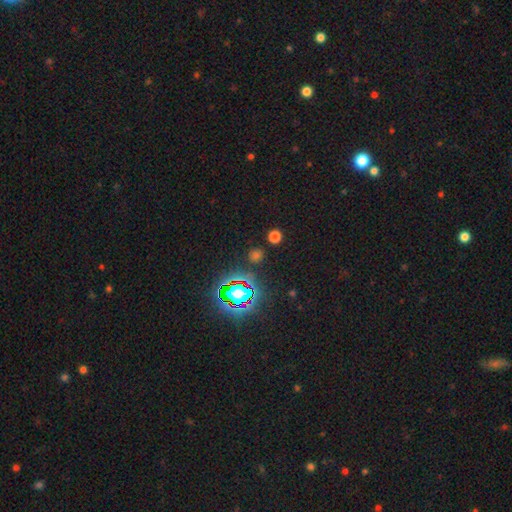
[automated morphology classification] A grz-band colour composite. It shows a smooth galaxy with no disk features (47%). Merging: none (84%).